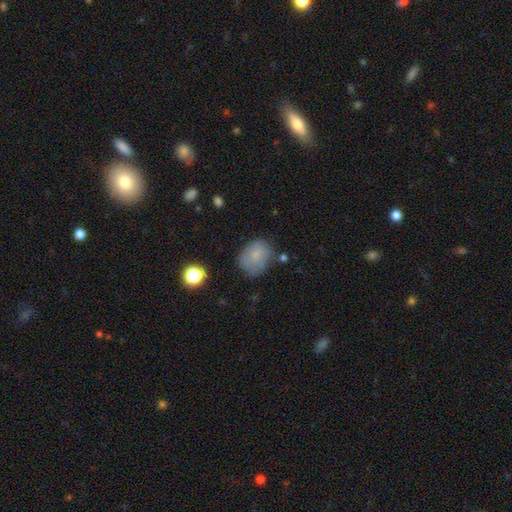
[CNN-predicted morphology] Overall: smooth (77%). How rounded: in between (52%; round 47%). Merging: none (68%).